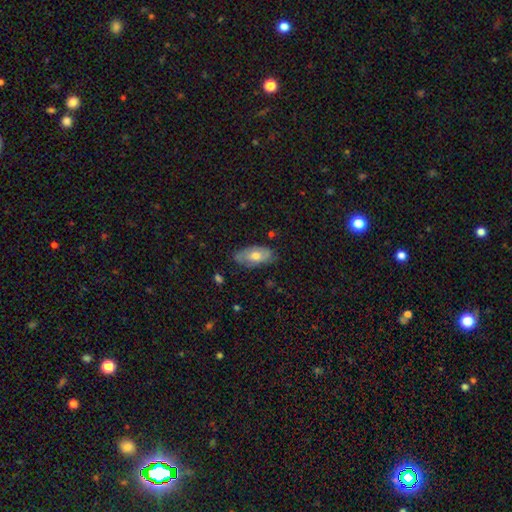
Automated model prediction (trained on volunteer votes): smooth-or-featured: smooth: 56% | featured or disk: 38% | star or artifact: 6%
  how-rounded: in between: 92% | cigar-shaped: 4% | round: 4%
  merging: none: 74% | minor disturbance: 20% | major disturbance: 4% | merger: 1%